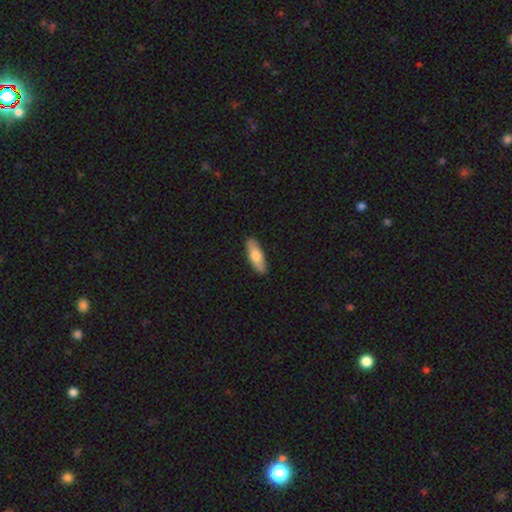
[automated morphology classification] smooth-or-featured: smooth: 70% | featured or disk: 25% | star or artifact: 5%
  how-rounded: in between: 59% | cigar-shaped: 38% | round: 2%
  merging: none: 89% | minor disturbance: 8% | major disturbance: 2% | merger: 1%